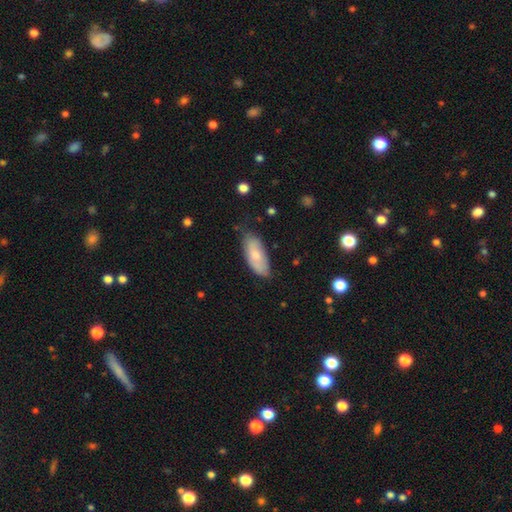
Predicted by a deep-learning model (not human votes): Smooth or featured?
  - smooth: 71% *
  - featured or disk: 23%
  - star or artifact: 6%
How rounded?
  - in between: 85% *
  - cigar-shaped: 13%
  - round: 2%
Merging?
  - none: 69% *
  - minor disturbance: 25%
  - major disturbance: 4%
  - merger: 2%